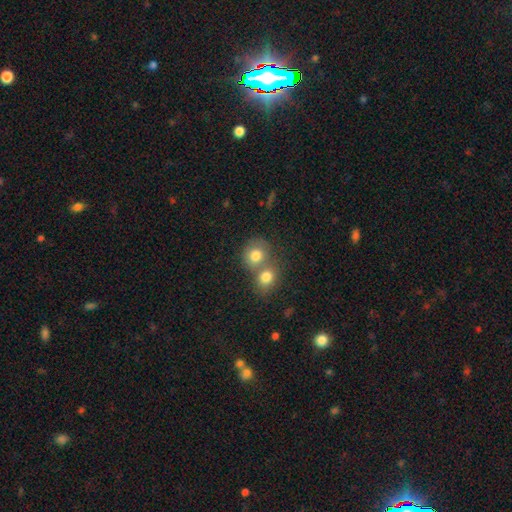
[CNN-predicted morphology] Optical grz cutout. It shows a smooth galaxy with no disk features (78%) that is round (74%). Merging: merger (56%).